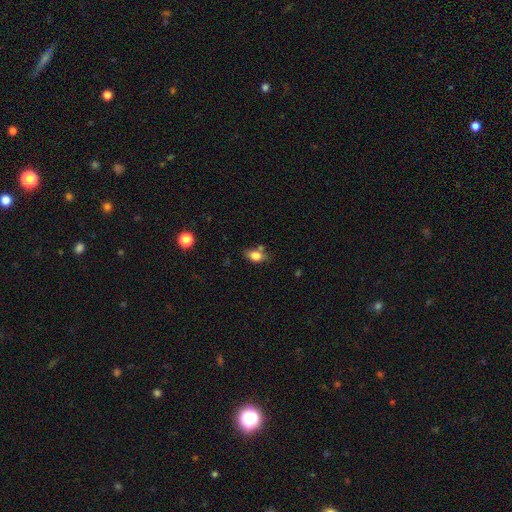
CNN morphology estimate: Smooth or featured?
  - smooth: 79% *
  - featured or disk: 11%
  - star or artifact: 9%
How rounded?
  - in between: 81% *
  - round: 15%
  - cigar-shaped: 4%
Merging?
  - none: 63% *
  - minor disturbance: 20%
  - merger: 12%
  - major disturbance: 5%